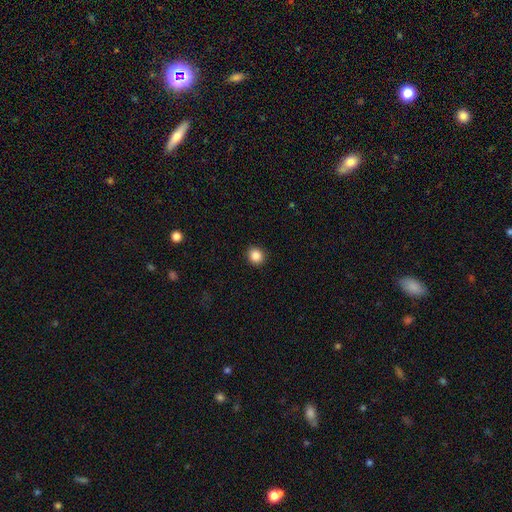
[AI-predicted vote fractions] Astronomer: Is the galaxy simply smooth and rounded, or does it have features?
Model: smooth — 87%.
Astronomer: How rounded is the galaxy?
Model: round — 80%.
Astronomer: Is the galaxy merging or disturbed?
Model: none — 92%.